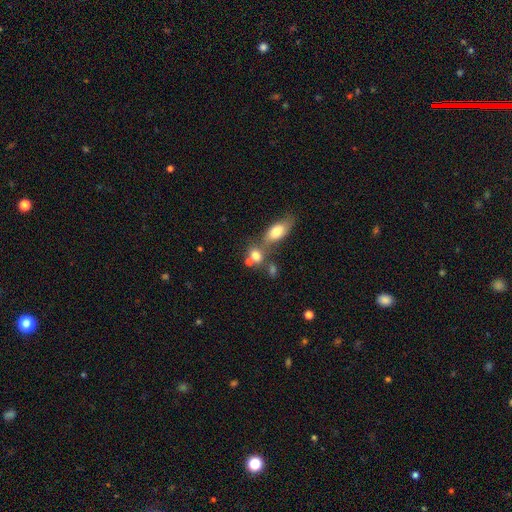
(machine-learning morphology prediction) smooth_or_featured: smooth (p=0.75) [alt: featured or disk p=0.14]
how_rounded: in between (p=0.54) [alt: round p=0.42]
merging: merger (p=0.46) [alt: none p=0.37]